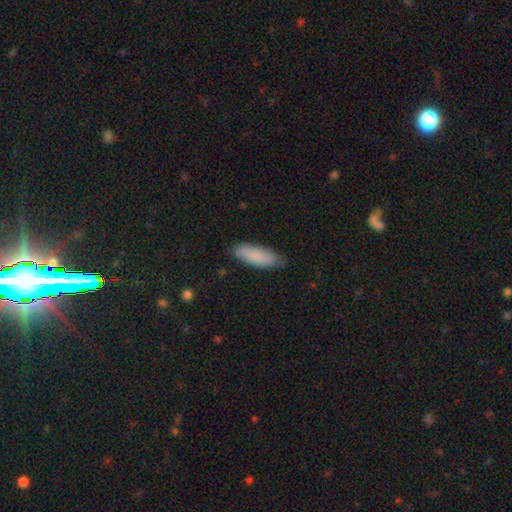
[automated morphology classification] Smooth or featured? Predicted: smooth (p=0.87). How rounded? Predicted: in between (p=0.62). Merging? Predicted: none (p=0.82).